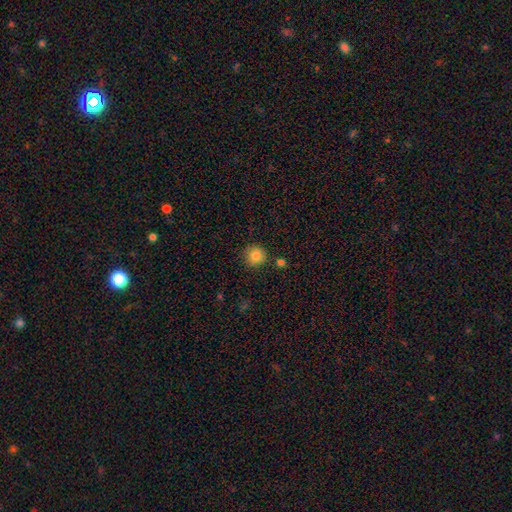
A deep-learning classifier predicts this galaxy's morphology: Smooth or featured: smooth — 85% (star or artifact — 10%)
How rounded: round — 94% (in between — 5%)
Merging: none — 85% (minor disturbance — 8%)